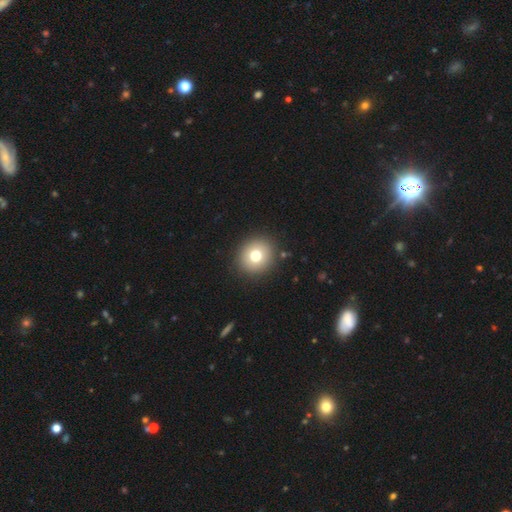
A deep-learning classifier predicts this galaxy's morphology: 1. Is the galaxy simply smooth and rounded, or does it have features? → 74% smooth, 14% featured or disk, 12% star or artifact.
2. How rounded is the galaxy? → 88% round, 12% in between, 1% cigar-shaped.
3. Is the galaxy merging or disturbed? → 91% none, 6% minor disturbance, 2% major disturbance, 1% merger.